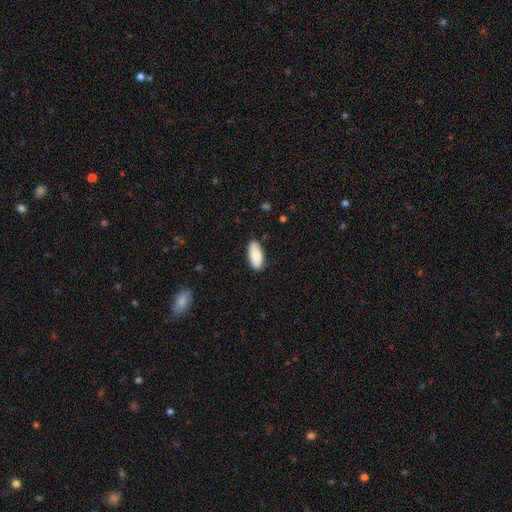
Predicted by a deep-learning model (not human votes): Smooth or featured?
  - smooth: 86% *
  - featured or disk: 8%
  - star or artifact: 6%
How rounded?
  - in between: 89% *
  - cigar-shaped: 9%
  - round: 2%
Merging?
  - none: 85% *
  - minor disturbance: 12%
  - major disturbance: 2%
  - merger: 1%